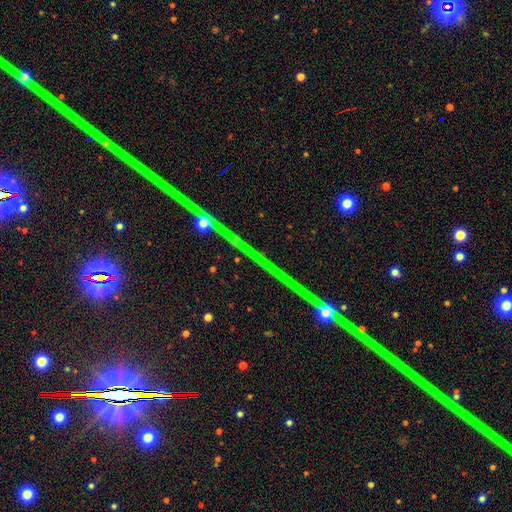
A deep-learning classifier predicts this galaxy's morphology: type=star or artifact (82%).